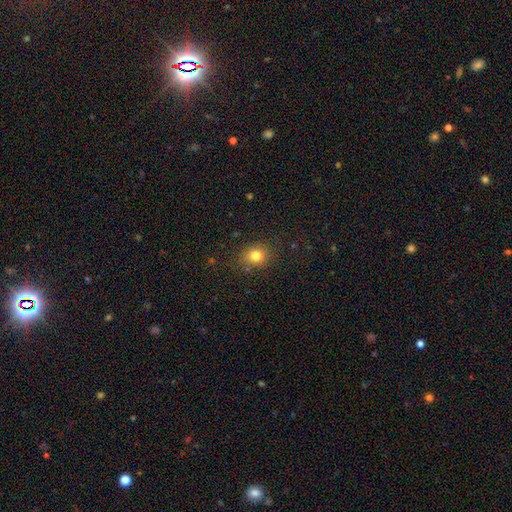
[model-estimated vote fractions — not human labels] A smooth galaxy with no disk features (79%) that is round (70%). Merging: none (82%).